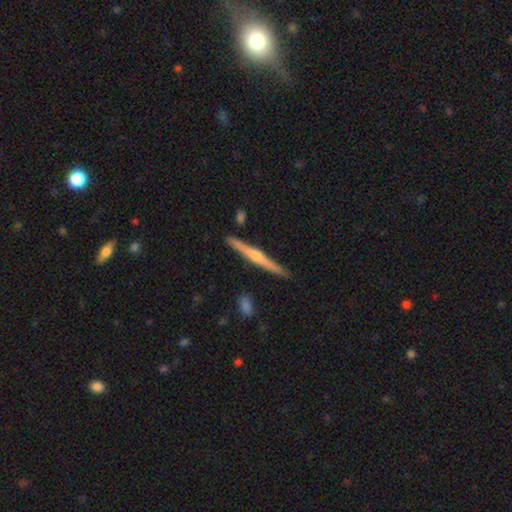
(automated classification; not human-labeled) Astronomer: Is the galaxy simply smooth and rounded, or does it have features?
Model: featured or disk — 71%.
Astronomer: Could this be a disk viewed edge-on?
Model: yes — 98%.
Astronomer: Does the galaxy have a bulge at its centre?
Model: rounded — 85%.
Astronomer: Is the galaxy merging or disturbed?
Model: none — 90%.